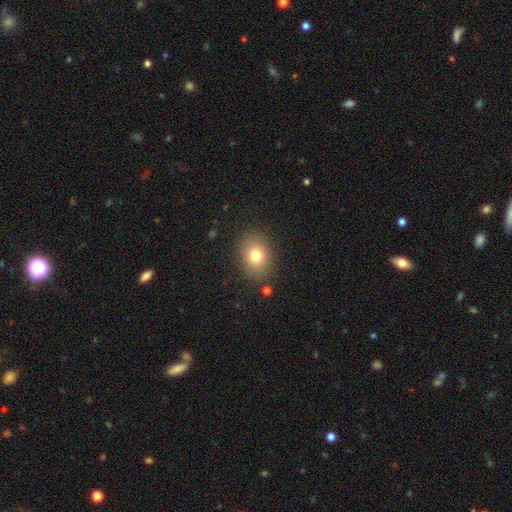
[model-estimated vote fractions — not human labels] This is likely a smooth galaxy (77%). How rounded: possibly in between (59%). Merging: clearly none (86%).